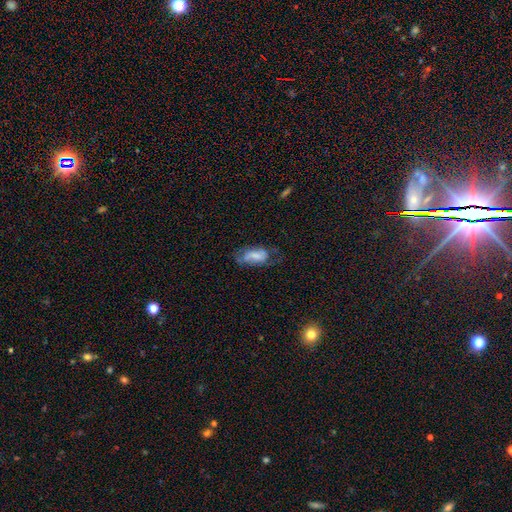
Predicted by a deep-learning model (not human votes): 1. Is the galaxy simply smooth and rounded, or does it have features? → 50% smooth, 42% featured or disk, 8% star or artifact.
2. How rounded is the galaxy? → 90% in between, 7% cigar-shaped, 4% round.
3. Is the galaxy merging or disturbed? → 42% none, 29% minor disturbance, 26% major disturbance, 4% merger.